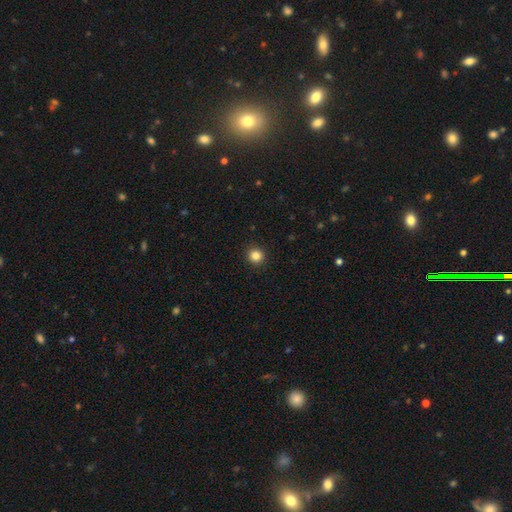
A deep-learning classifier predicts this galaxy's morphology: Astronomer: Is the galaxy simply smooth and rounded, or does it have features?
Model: smooth — 84%.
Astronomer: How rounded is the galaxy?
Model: round — 94%.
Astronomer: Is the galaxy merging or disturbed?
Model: none — 93%.